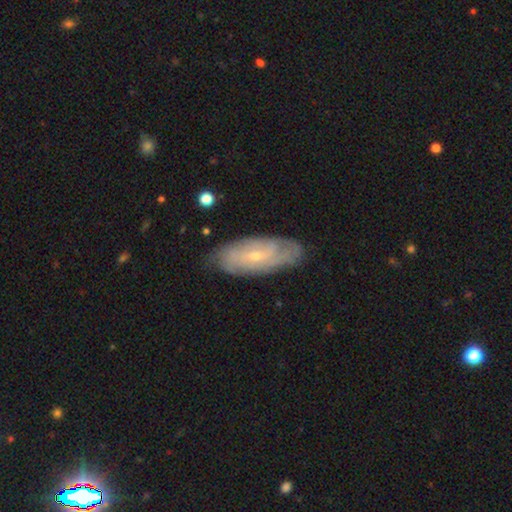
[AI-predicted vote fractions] smooth_or_featured: featured or disk (p=0.70) [alt: smooth p=0.23]
disk_edge_on: no (p=0.86) [alt: yes p=0.14]
bar: no (p=0.49) [alt: weak p=0.40]
has_spiral_arms: yes (p=0.84) [alt: no p=0.16]
spiral_winding: tight (p=0.59) [alt: medium p=0.29]
spiral_arm_count: can't tell (p=0.53) [alt: 2 p=0.22]
bulge_size: small (p=0.75) [alt: moderate p=0.22]
merging: none (p=0.78) [alt: minor disturbance p=0.17]